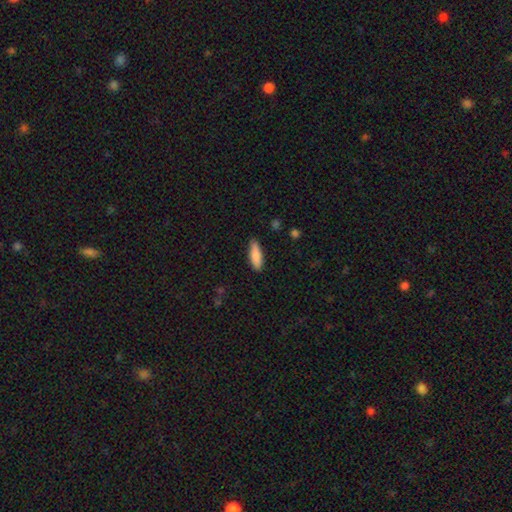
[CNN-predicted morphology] Overall: smooth (86%). How rounded: in between (50%; cigar-shaped 49%). Merging: none (85%).